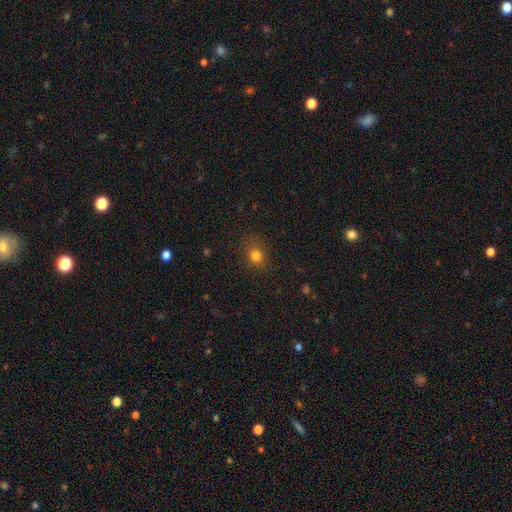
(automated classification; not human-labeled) This is likely a smooth galaxy (79%). How rounded: likely round (75%). Merging: clearly none (81%).